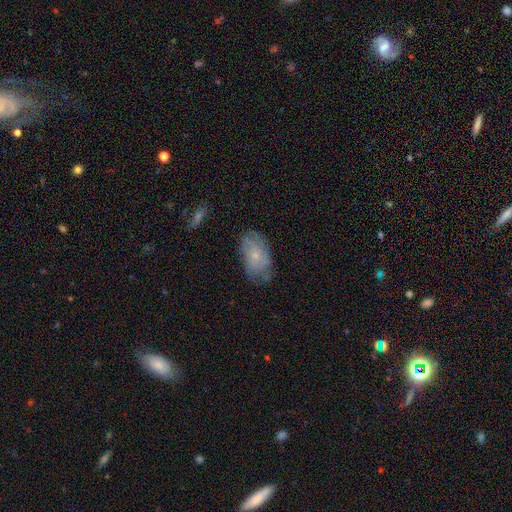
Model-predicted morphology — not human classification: Overall: featured or disk (55%; smooth 37%). Edge-on disk: no (95%). Bar: no (81%). Spiral arms: yes (78%). Bulge size: small (67%). Merging: none (65%; minor disturbance 25%).